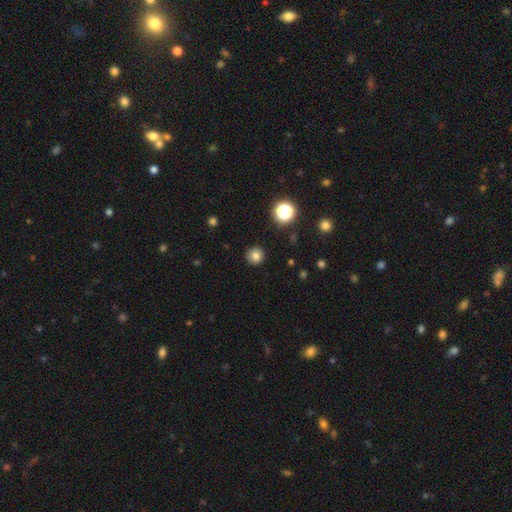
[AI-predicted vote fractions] A smooth galaxy with no disk features (81%) that is round (94%). Merging: none (91%).